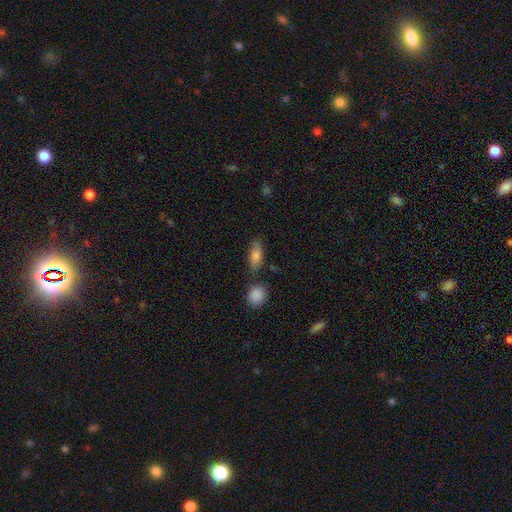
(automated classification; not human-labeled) smooth_or_featured: smooth (p=0.78) [alt: featured or disk p=0.14]
how_rounded: in between (p=0.76) [alt: cigar-shaped p=0.19]
merging: none (p=0.72) [alt: minor disturbance p=0.16]